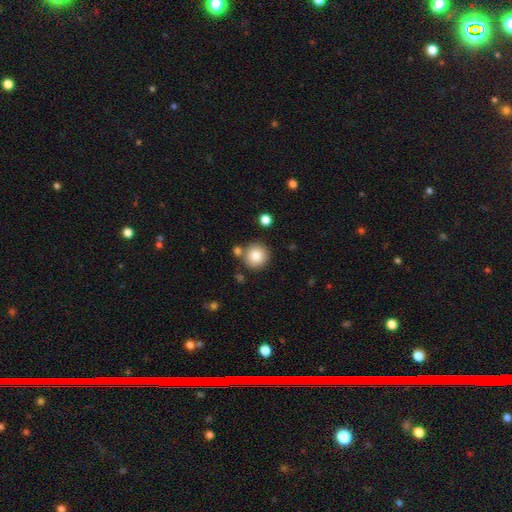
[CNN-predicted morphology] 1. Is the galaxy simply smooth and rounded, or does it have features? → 83% smooth, 10% star or artifact, 7% featured or disk.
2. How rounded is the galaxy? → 93% round, 6% in between, 1% cigar-shaped.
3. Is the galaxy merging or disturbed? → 78% none, 11% merger, 8% minor disturbance, 3% major disturbance.